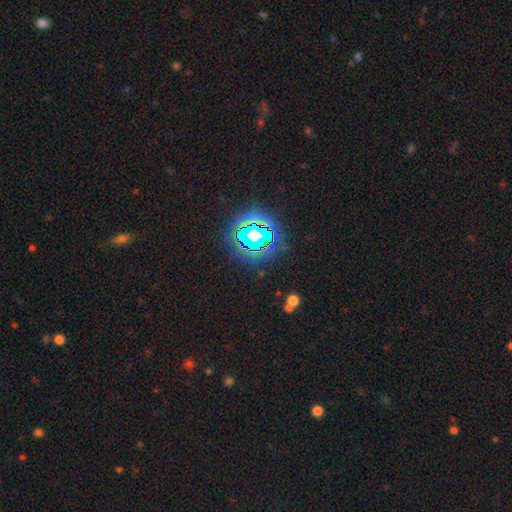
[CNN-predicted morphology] Smooth or featured: star or artifact — 82% (smooth — 11%)